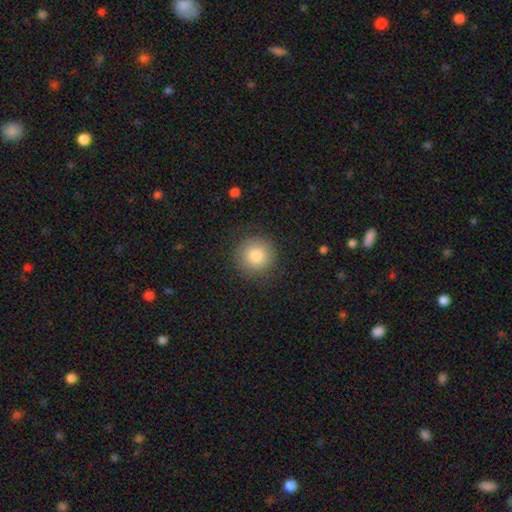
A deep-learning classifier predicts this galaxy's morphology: Overall: smooth (83%). How rounded: round (95%). Merging: none (87%).